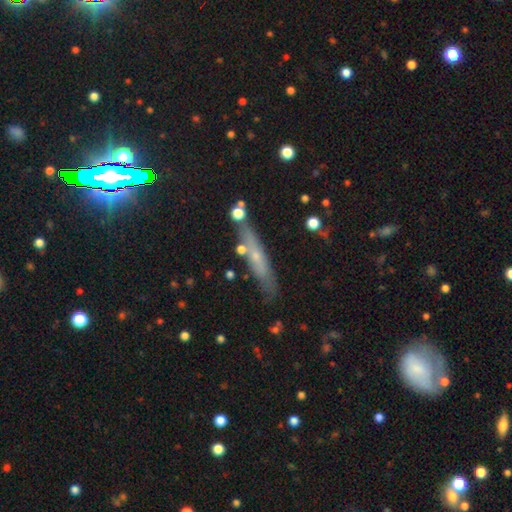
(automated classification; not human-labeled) Smooth or featured? smooth (47%)
Merging? none (76%)